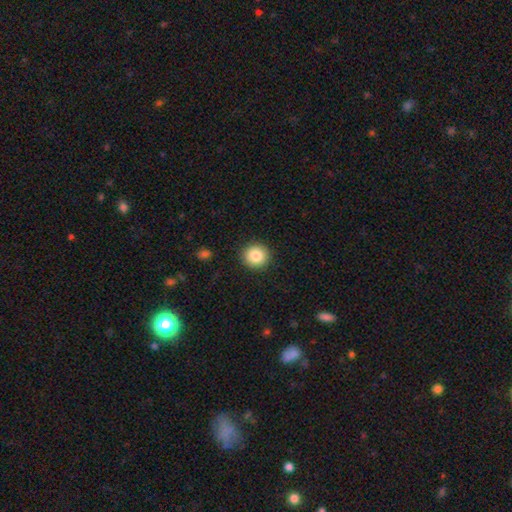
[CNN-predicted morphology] Smooth or featured? Predicted: smooth (p=0.85). How rounded? Predicted: round (p=0.93). Merging? Predicted: none (p=0.92).